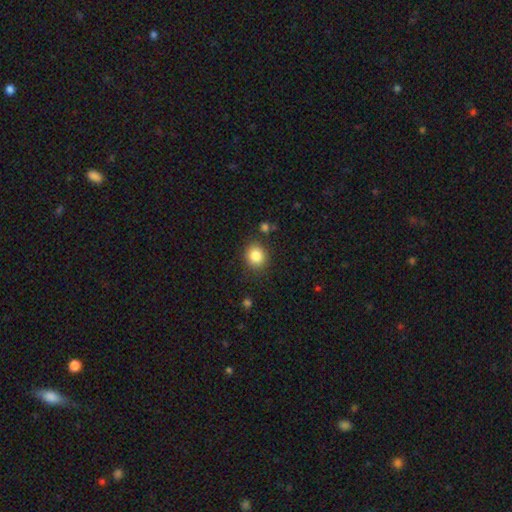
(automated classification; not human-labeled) Morphology: type=smooth (85%); roundness=round (74%); merging=none (84%).